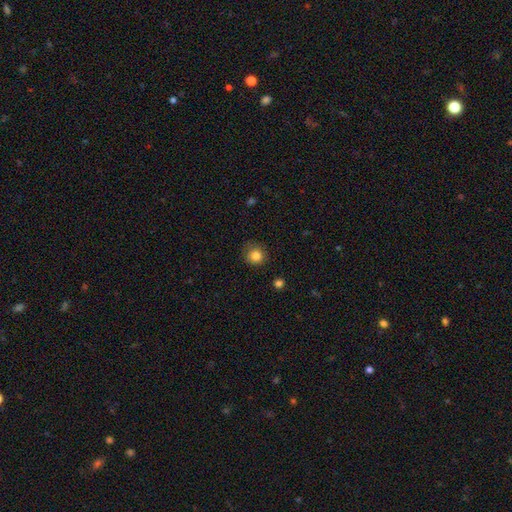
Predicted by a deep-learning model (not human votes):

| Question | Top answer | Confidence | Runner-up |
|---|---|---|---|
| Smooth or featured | smooth | 84% | star or artifact (11%) |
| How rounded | round | 90% | in between (9%) |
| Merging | none | 82% | minor disturbance (13%) |